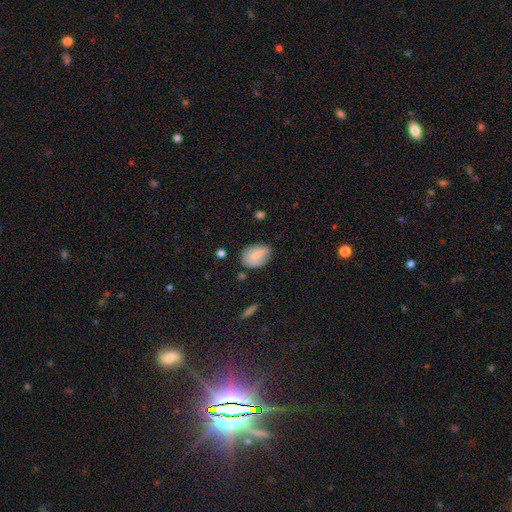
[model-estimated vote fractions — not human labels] This appears to be a smooth galaxy with no disk features (79%) that is in between round and cigar-shaped (83%). Merging: none (67%).